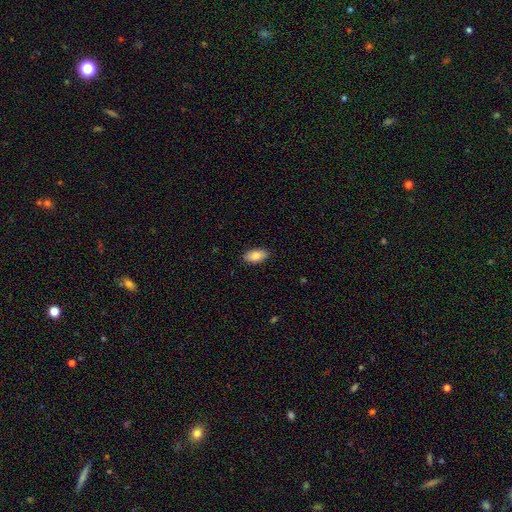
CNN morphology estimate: A smooth galaxy with no disk features (84%) that is in between round and cigar-shaped (91%). Merging: none (89%).